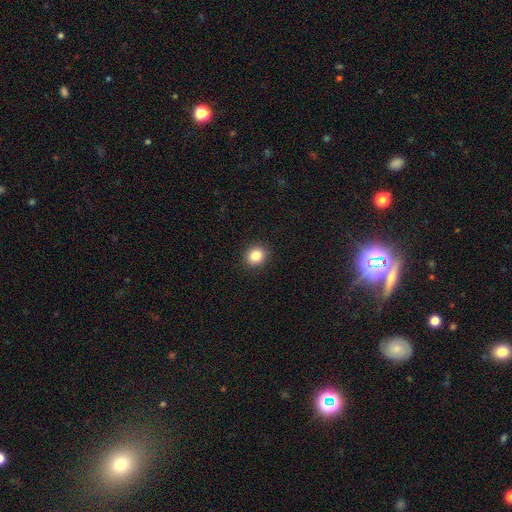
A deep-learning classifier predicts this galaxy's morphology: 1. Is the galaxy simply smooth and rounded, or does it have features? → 85% smooth, 10% star or artifact, 5% featured or disk.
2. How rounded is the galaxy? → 82% round, 17% in between, 1% cigar-shaped.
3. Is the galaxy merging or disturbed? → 92% none, 5% minor disturbance, 2% major disturbance, 1% merger.